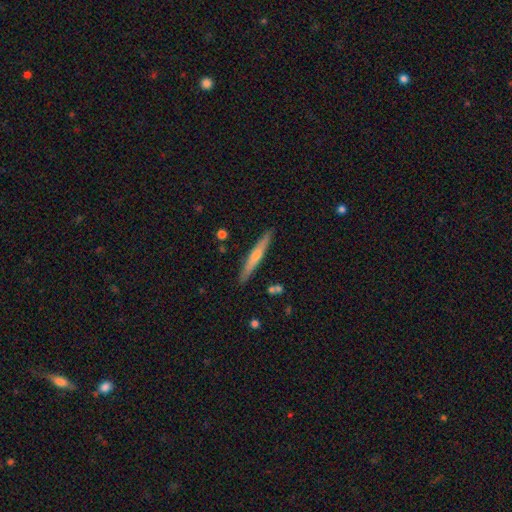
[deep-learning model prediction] Q: Smooth or featured?
A: featured or disk (49%); runner-up: smooth (45%)
Q: Merging?
A: none (89%); runner-up: minor disturbance (8%)